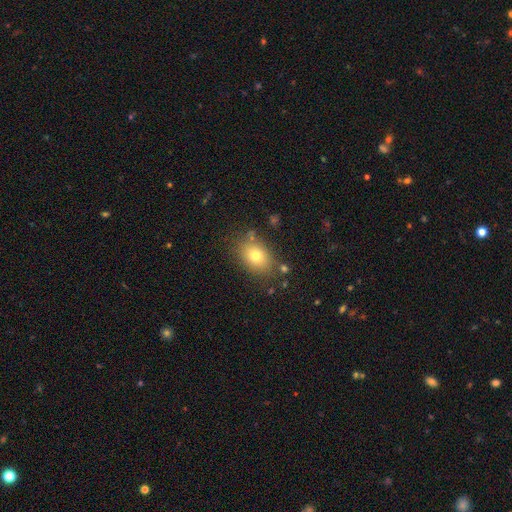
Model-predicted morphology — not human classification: smooth 75%, featured or disk 13%, star or artifact 12%. Down the decision tree: how rounded — in between (70%); merging — none (79%).